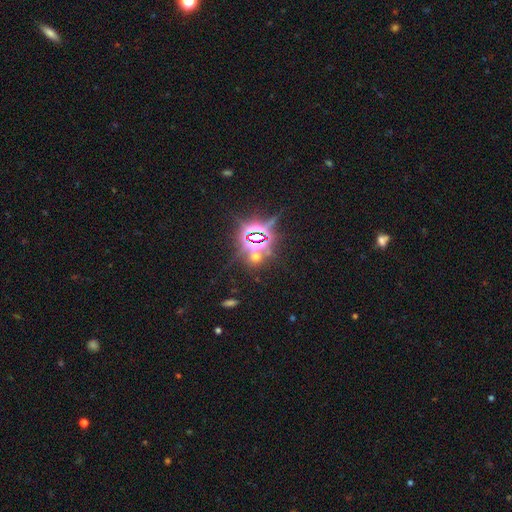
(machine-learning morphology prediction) This appears to be a star or artifact, not a galaxy (84%).